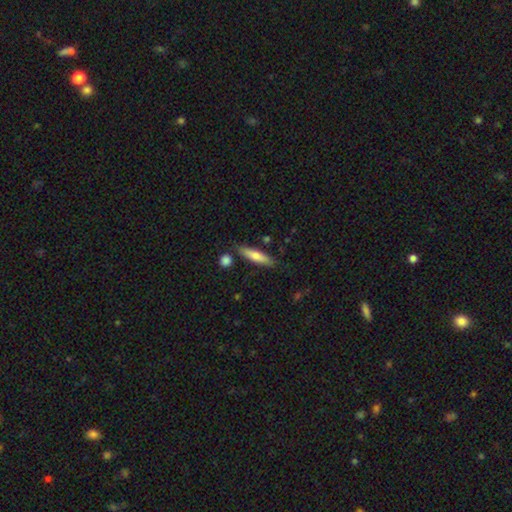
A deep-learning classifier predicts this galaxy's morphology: Smooth or featured? smooth (68%)
How rounded? cigar-shaped (78%)
Merging? none (82%)